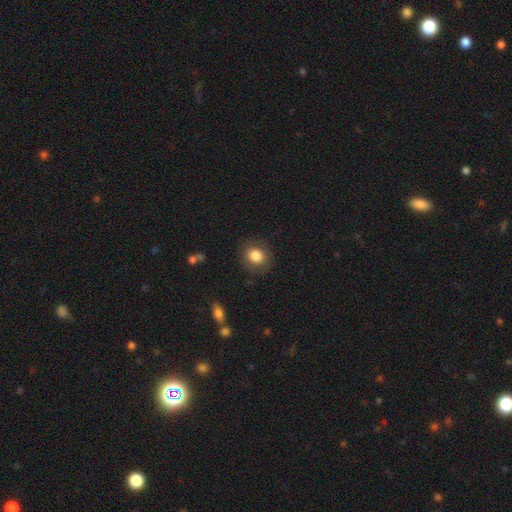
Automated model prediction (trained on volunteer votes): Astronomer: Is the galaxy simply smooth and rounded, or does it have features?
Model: smooth — 82%.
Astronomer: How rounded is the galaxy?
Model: round — 77%.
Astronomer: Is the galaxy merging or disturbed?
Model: none — 83%.